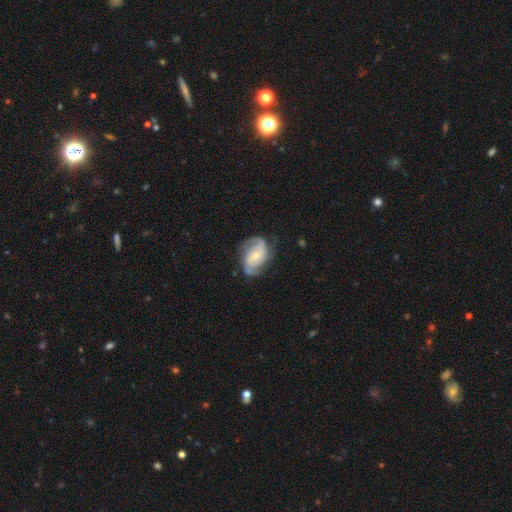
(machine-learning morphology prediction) smooth-or-featured: featured or disk: 82% | smooth: 13% | star or artifact: 6%
  disk-edge-on: no: 97% | yes: 3%
    bar: no: 56% | weak: 36% | strong: 8%
    has-spiral-arms: yes: 95% | no: 5%
      spiral-winding: medium: 47% | tight: 31% | loose: 22%
      spiral-arm-count: 2: 70% | can't tell: 12% | 3: 10% | 1: 3% | 4: 2% | more than 4: 2%
    bulge-size: small: 51% | moderate: 45% | large: 2% | none: 1% | dominant: 1%
  merging: none: 67% | minor disturbance: 22% | major disturbance: 9% | merger: 2%